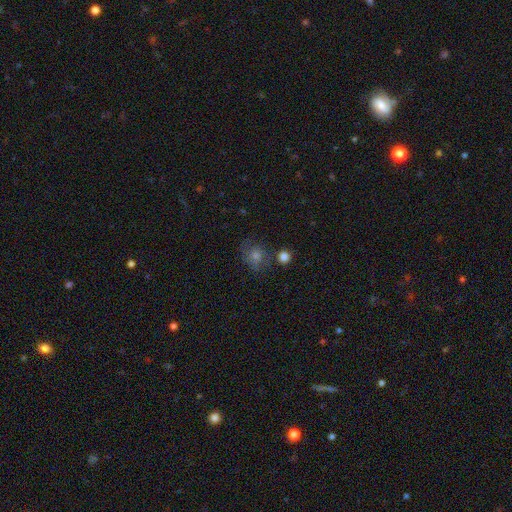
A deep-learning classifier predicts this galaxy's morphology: Smooth or featured? Predicted: smooth (p=0.48). Merging? Predicted: none (p=0.67).